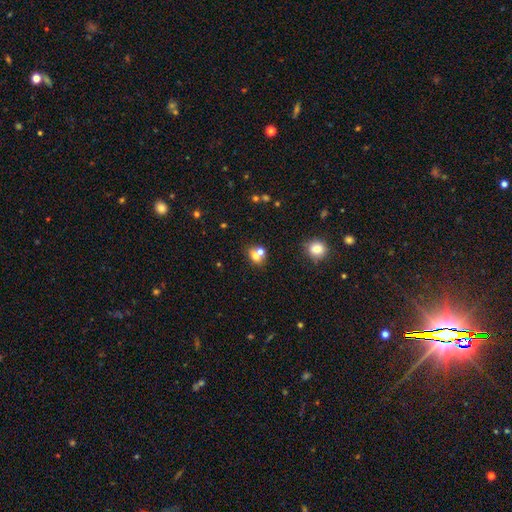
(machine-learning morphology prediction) Overall: smooth (67%). How rounded: round (60%; in between 39%). Merging: merger (47%; none 40%).